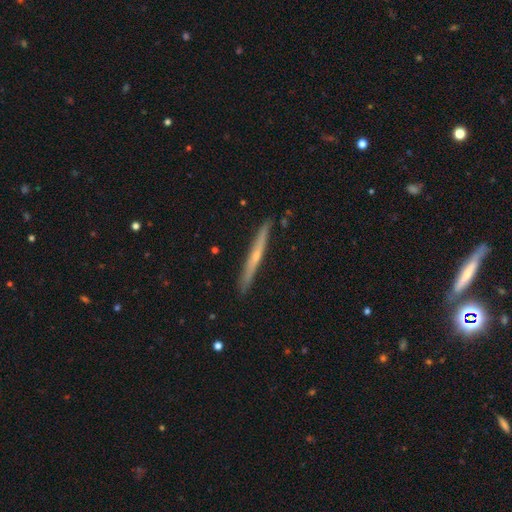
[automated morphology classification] Smooth or featured? featured or disk (69%)
Edge-on disk? yes (97%)
Edge-on bulge? rounded (64%)
Merging? none (90%)